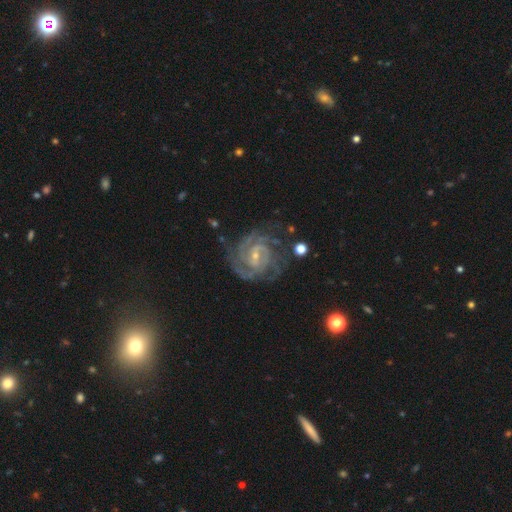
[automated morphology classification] featured or disk 91%, star or artifact 5%, smooth 3%. Down the decision tree: edge-on disk — no (98%); bar — weak (51%); spiral arms — yes (98%); spiral arm count — 2 (29%); spiral winding — tight (67%); bulge size — small (74%); merging — none (71%).